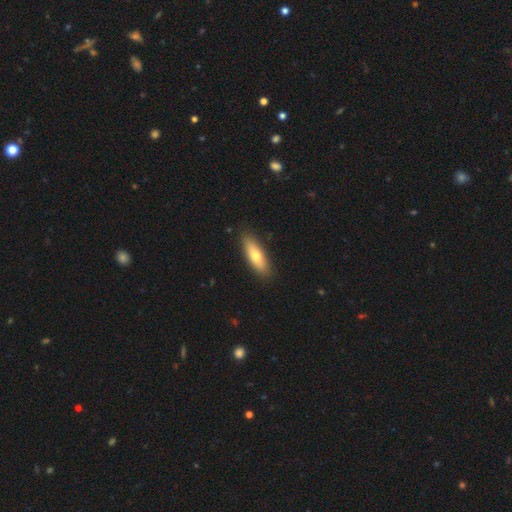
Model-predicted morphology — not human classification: A smooth galaxy with no disk features (68%) that is in between round and cigar-shaped (56%). Merging: none (87%).